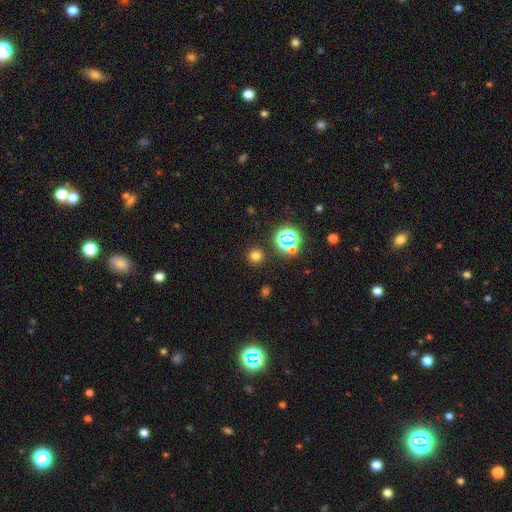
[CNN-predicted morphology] Smooth or featured?
  - smooth: 69% *
  - star or artifact: 25%
  - featured or disk: 5%
How rounded?
  - round: 94% *
  - in between: 5%
  - cigar-shaped: 1%
Merging?
  - none: 88% *
  - minor disturbance: 6%
  - major disturbance: 3%
  - merger: 3%